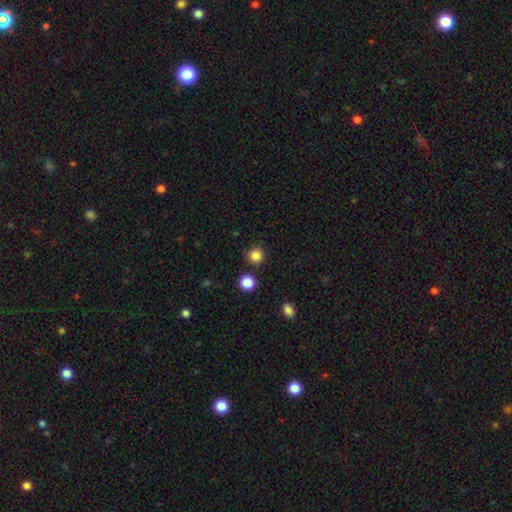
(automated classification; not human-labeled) smooth_or_featured: smooth (p=0.84) [alt: star or artifact p=0.12]
how_rounded: round (p=0.94) [alt: in between p=0.05]
merging: none (p=0.87) [alt: minor disturbance p=0.06]